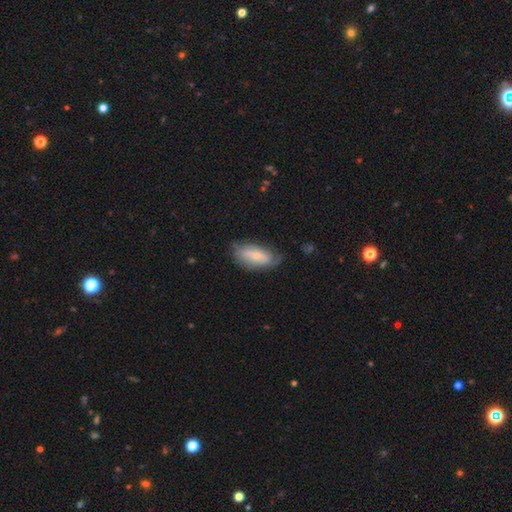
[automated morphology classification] type=smooth (53%); roundness=in between (88%); merging=none (61%).